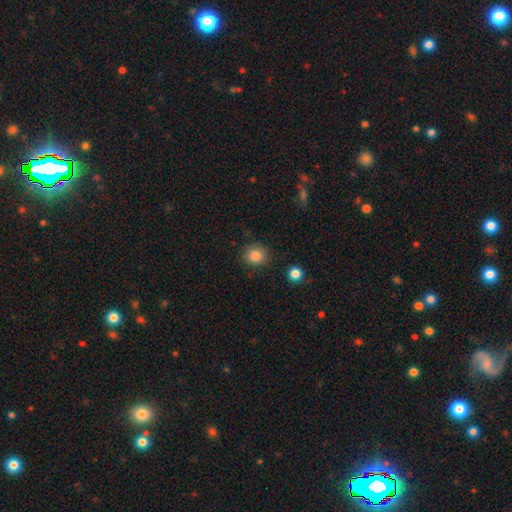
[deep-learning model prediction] This appears to be a smooth galaxy with no disk features (85%) that is round (81%). Merging: none (86%).